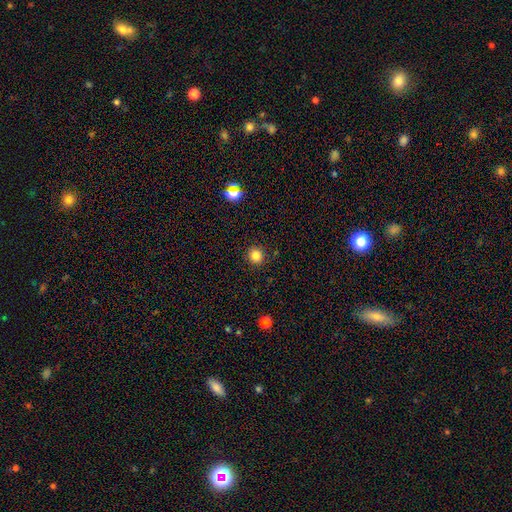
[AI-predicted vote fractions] Q: Smooth or featured?
A: smooth (84%); runner-up: star or artifact (12%)
Q: How rounded?
A: round (88%); runner-up: in between (11%)
Q: Merging?
A: none (90%); runner-up: minor disturbance (7%)